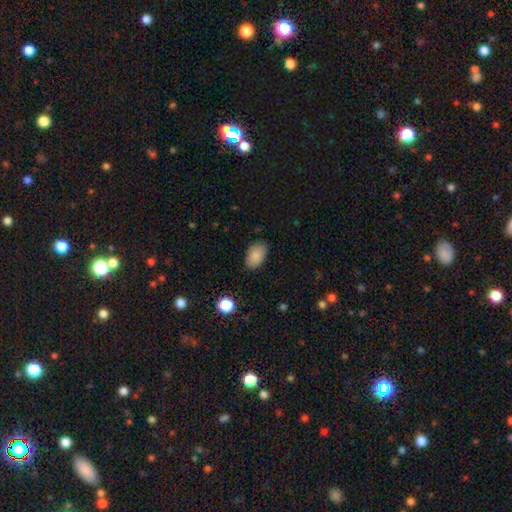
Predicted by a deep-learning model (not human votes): smooth 86%, star or artifact 8%, featured or disk 6%. Down the decision tree: how rounded — in between (90%); merging — none (84%).